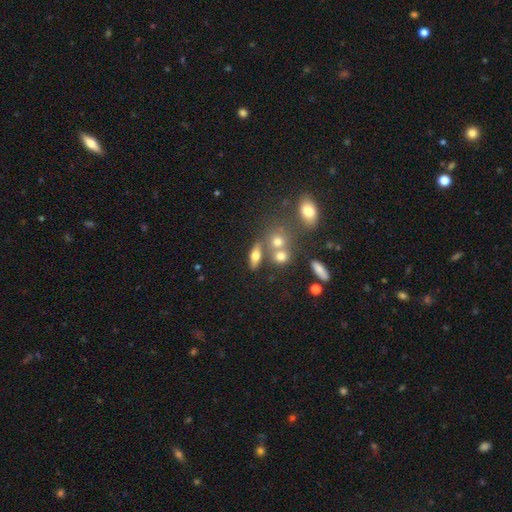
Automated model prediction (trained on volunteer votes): Smooth or featured: smooth — 58% (featured or disk — 30%)
How rounded: in between — 63% (cigar-shaped — 25%)
Merging: none — 62% (merger — 20%)